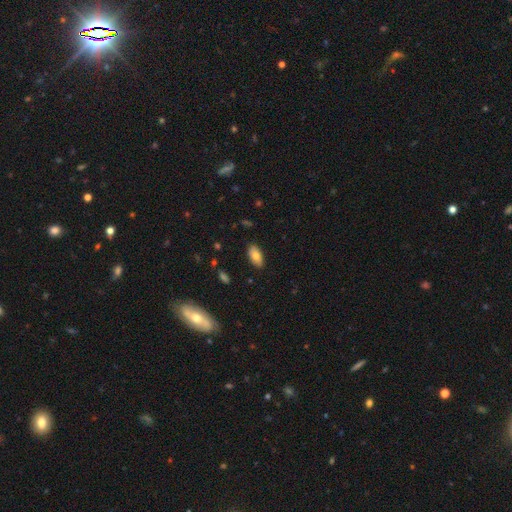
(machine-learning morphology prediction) A smooth galaxy with no disk features (76%) that is in between round and cigar-shaped (93%). Merging: none (87%).